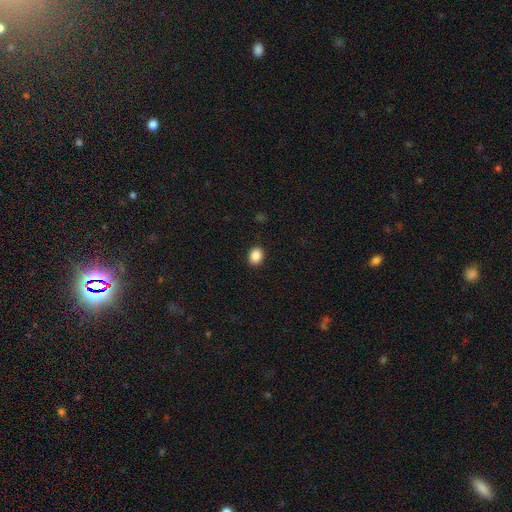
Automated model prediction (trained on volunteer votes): A smooth galaxy with no disk features (88%) that is in between round and cigar-shaped (51%). Merging: none (91%).